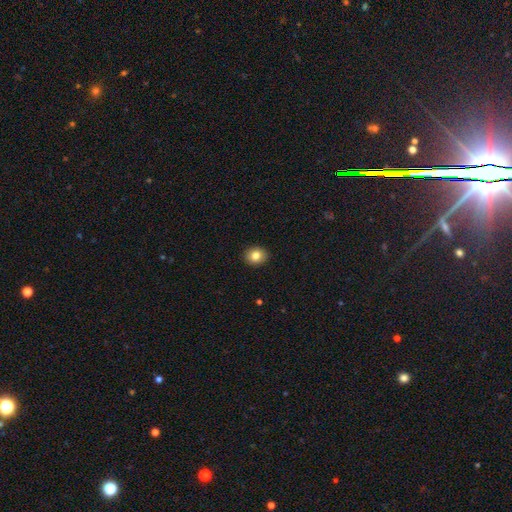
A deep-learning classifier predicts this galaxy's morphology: Smooth or featured?
  - smooth: 82% *
  - star or artifact: 10%
  - featured or disk: 8%
How rounded?
  - round: 64% *
  - in between: 35%
  - cigar-shaped: 1%
Merging?
  - none: 92% *
  - minor disturbance: 6%
  - major disturbance: 2%
  - merger: 1%